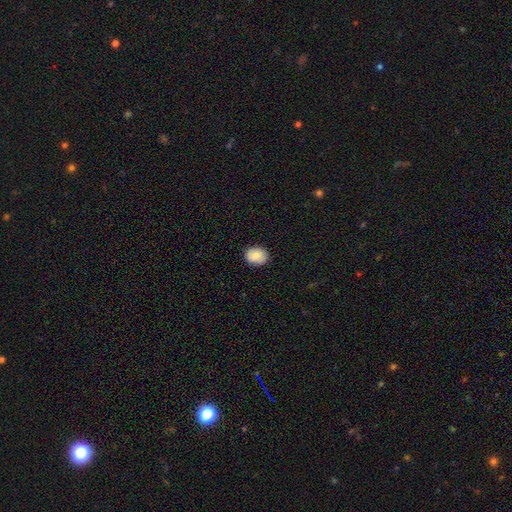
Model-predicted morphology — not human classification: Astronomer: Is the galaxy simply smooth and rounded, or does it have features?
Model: smooth — 88%.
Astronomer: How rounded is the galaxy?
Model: in between — 54% (runner-up: round, 45%).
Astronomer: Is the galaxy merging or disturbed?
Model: none — 88%.